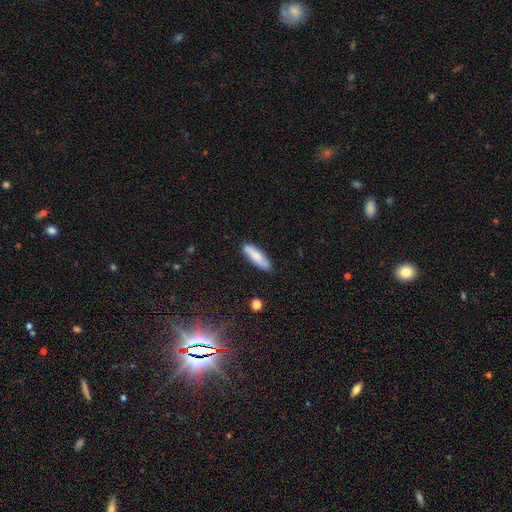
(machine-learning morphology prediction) smooth-or-featured: smooth: 81% | featured or disk: 13% | star or artifact: 6%
  how-rounded: cigar-shaped: 65% | in between: 33% | round: 2%
  merging: none: 86% | minor disturbance: 11% | major disturbance: 2% | merger: 1%